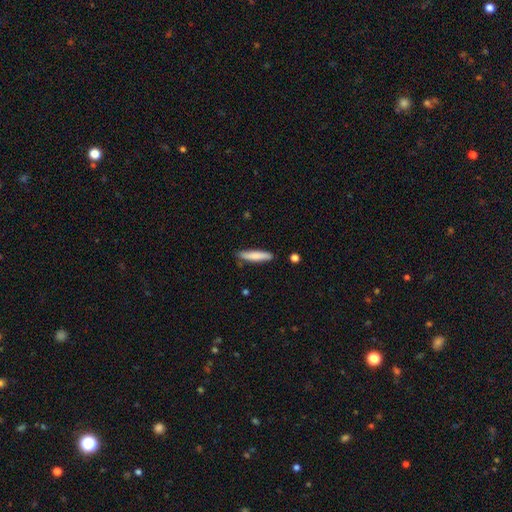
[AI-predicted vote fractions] Smooth or featured? smooth (78%)
How rounded? cigar-shaped (87%)
Merging? none (84%)